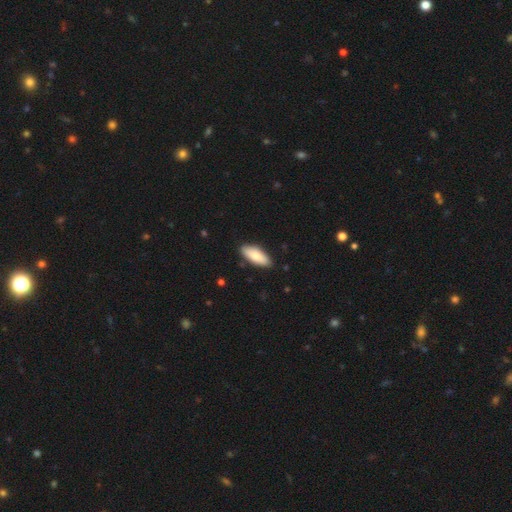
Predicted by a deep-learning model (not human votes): Q: Smooth or featured?
A: smooth (82%); runner-up: featured or disk (13%)
Q: How rounded?
A: in between (81%); runner-up: cigar-shaped (17%)
Q: Merging?
A: none (87%); runner-up: minor disturbance (10%)